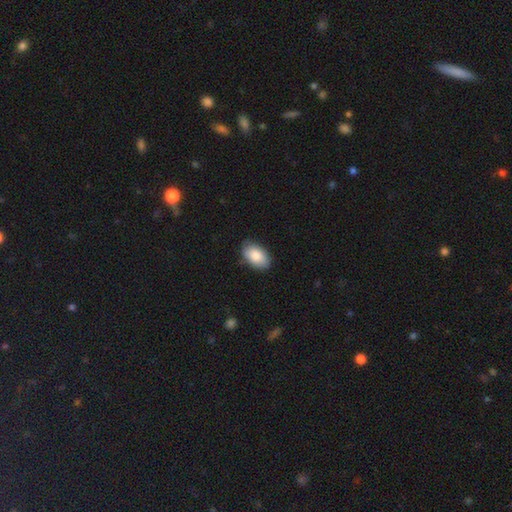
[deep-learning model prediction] Overall: smooth (86%). How rounded: in between (93%). Merging: none (81%).